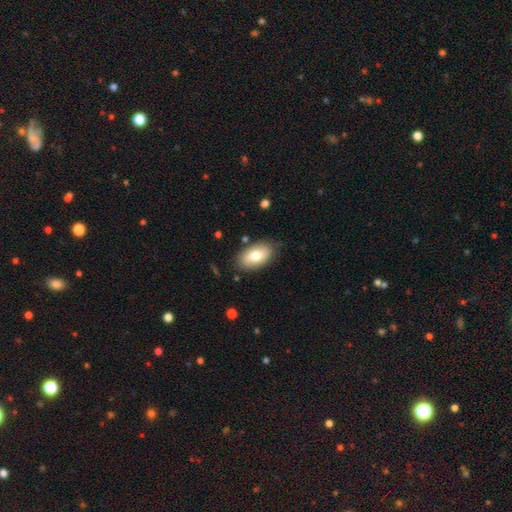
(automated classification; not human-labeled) Smooth or featured?
  - smooth: 76% *
  - featured or disk: 17%
  - star or artifact: 6%
How rounded?
  - in between: 93% *
  - round: 4%
  - cigar-shaped: 2%
Merging?
  - none: 81% *
  - minor disturbance: 14%
  - major disturbance: 3%
  - merger: 2%